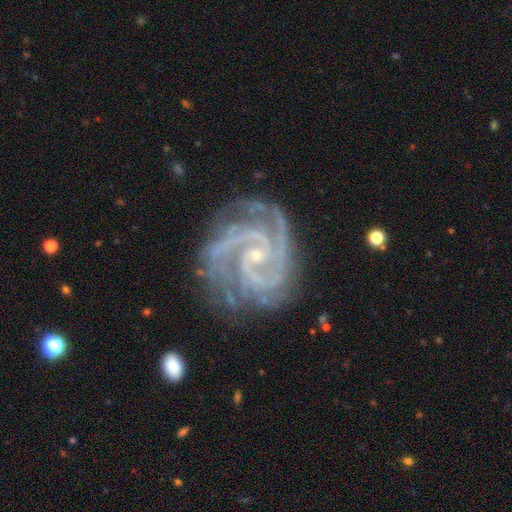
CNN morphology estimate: Smooth or featured: featured or disk — 94% (star or artifact — 5%)
Edge-on disk: no — 98% (yes — 2%)
Bar: no — 57% (weak — 30%)
Spiral arms: yes — 99% (no — 1%)
Spiral winding: tight — 62% (medium — 34%)
Spiral arm count: 2 — 40% (3 — 33%)
Bulge size: small — 84% (moderate — 12%)
Merging: none — 74% (minor disturbance — 18%)